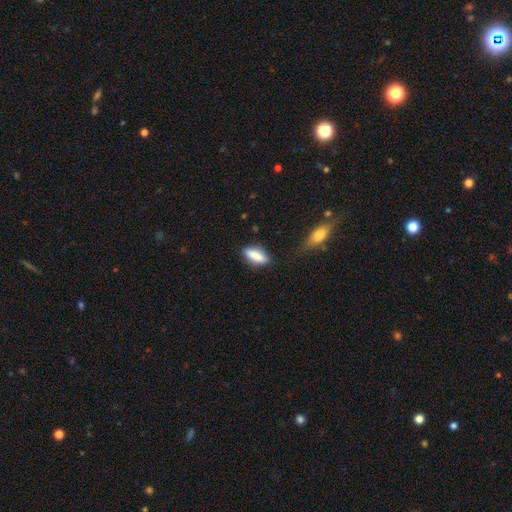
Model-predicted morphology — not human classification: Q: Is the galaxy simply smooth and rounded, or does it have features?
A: smooth — 81%.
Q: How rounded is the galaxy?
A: in between — 68%.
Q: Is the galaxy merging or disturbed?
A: none — 77%.